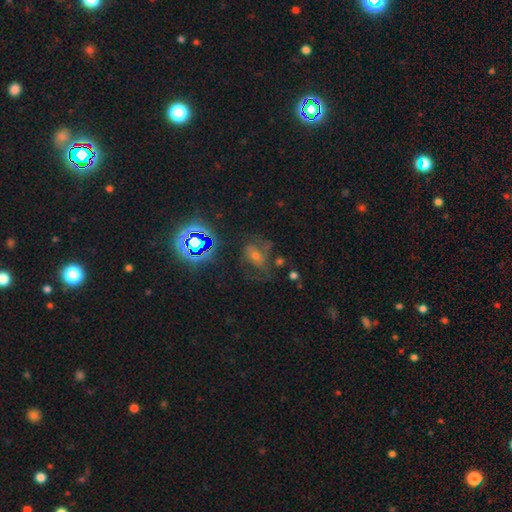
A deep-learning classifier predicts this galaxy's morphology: star or artifact 42%, featured or disk 34%, smooth 24%.